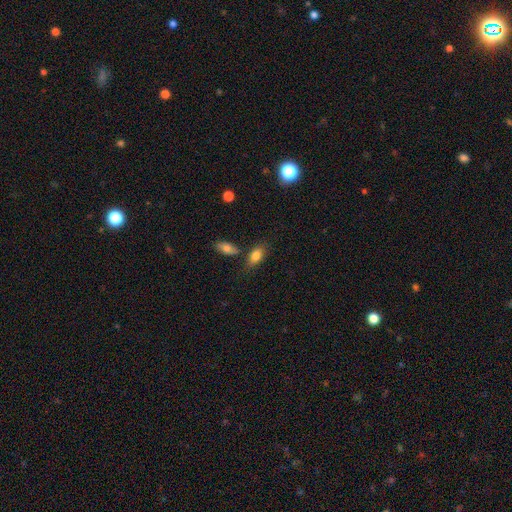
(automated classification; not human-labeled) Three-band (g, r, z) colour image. It shows a smooth galaxy with no disk features (82%) that is in between round and cigar-shaped (88%). Merging: none (67%).